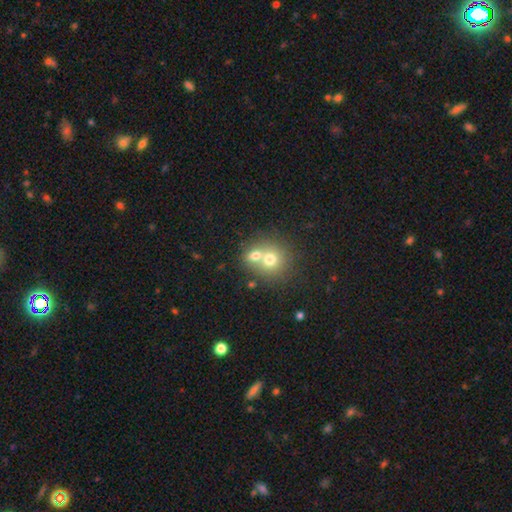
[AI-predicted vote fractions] Overall: smooth (69%). How rounded: round (74%). Merging: merger (63%; none 28%).